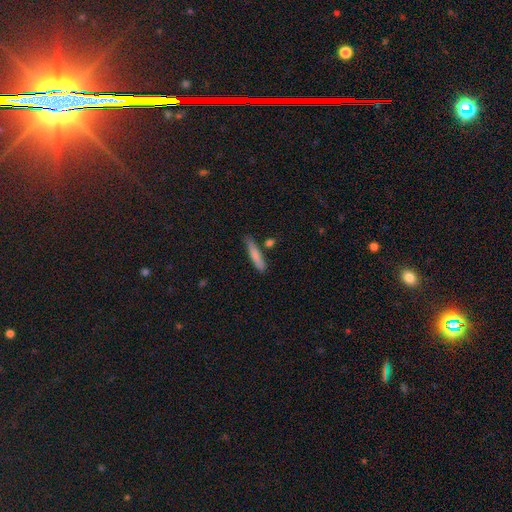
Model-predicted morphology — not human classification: Q: Smooth or featured?
A: smooth (76%); runner-up: featured or disk (18%)
Q: How rounded?
A: cigar-shaped (88%); runner-up: in between (10%)
Q: Merging?
A: none (74%); runner-up: minor disturbance (17%)